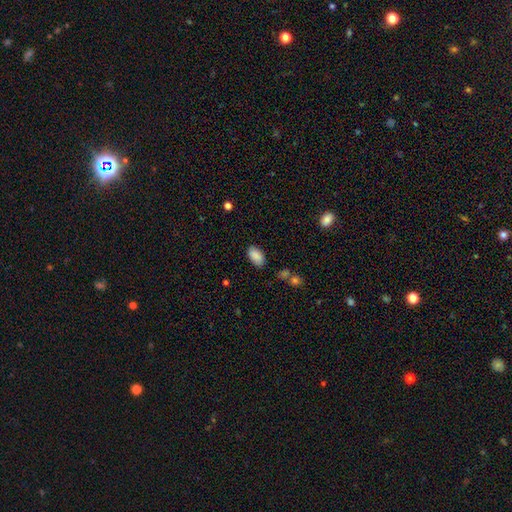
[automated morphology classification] Smooth or featured: smooth — 88% (star or artifact — 8%)
How rounded: in between — 94% (round — 4%)
Merging: none — 82% (minor disturbance — 13%)